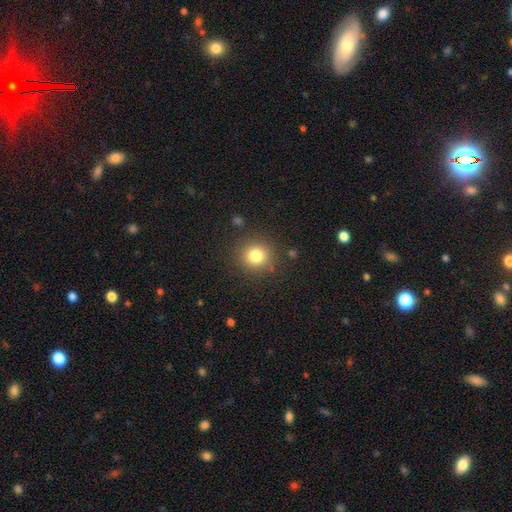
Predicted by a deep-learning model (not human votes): Smooth or featured: smooth — 80% (star or artifact — 13%)
How rounded: round — 91% (in between — 8%)
Merging: none — 87% (minor disturbance — 8%)